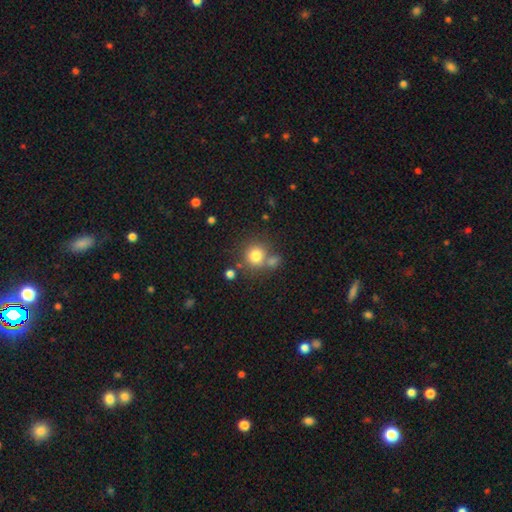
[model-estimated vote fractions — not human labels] Overall: smooth (78%). How rounded: round (87%). Merging: none (61%; merger 23%).